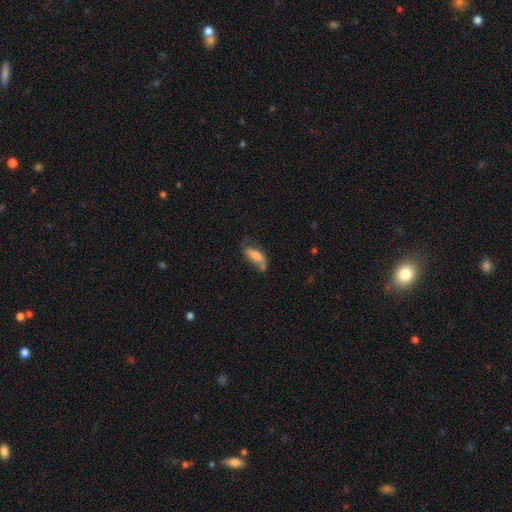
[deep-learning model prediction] The model was most divided on "merging": none: 42%, minor disturbance: 32%, major disturbance: 17%, merger: 9%. More confident: how rounded — in between (66%); smooth or featured — smooth (66%).